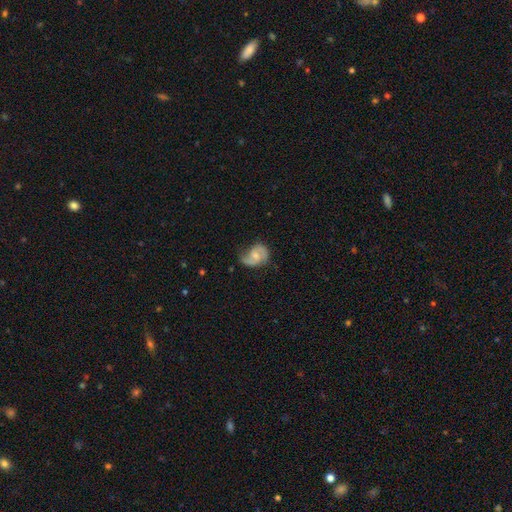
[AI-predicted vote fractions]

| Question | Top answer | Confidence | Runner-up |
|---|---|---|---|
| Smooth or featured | featured or disk | 72% | smooth (22%) |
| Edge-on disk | no | 98% | yes (2%) |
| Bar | no | 53% | weak (40%) |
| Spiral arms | yes | 93% | no (7%) |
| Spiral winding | medium | 47% | loose (33%) |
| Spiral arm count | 2 | 78% | 1 (13%) |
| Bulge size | small | 47% | moderate (41%) |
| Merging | none | 54% | minor disturbance (29%) |